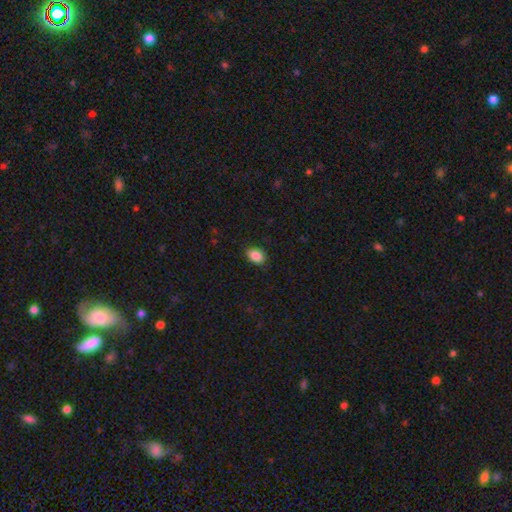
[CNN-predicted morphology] This appears to be a smooth galaxy with no disk features (88%) that is in between round and cigar-shaped (79%). Merging: none (87%).